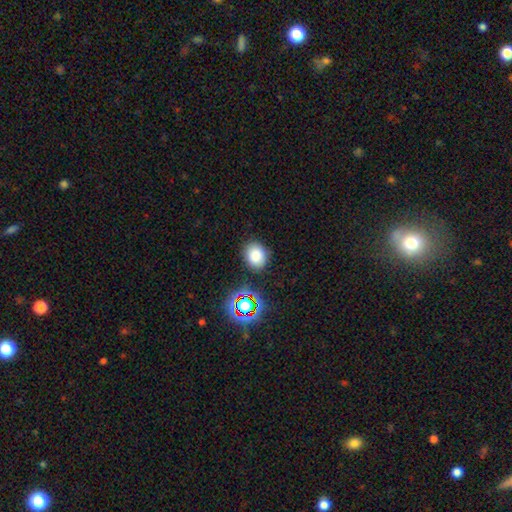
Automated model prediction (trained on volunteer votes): A smooth galaxy with no disk features (80%) that is round (55%). Merging: none (84%).